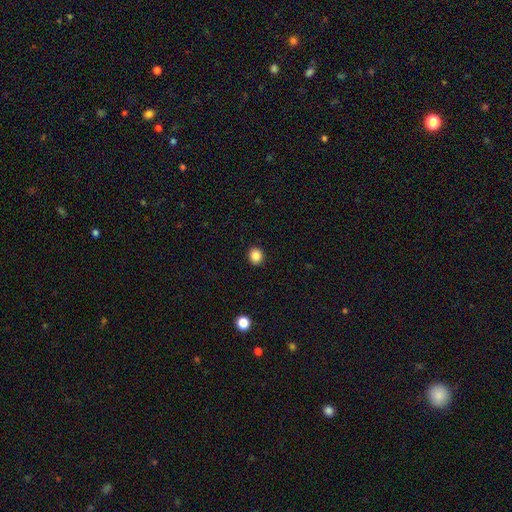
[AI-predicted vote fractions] Smooth or featured: smooth — 86% (star or artifact — 10%)
How rounded: round — 81% (in between — 18%)
Merging: none — 92% (minor disturbance — 5%)